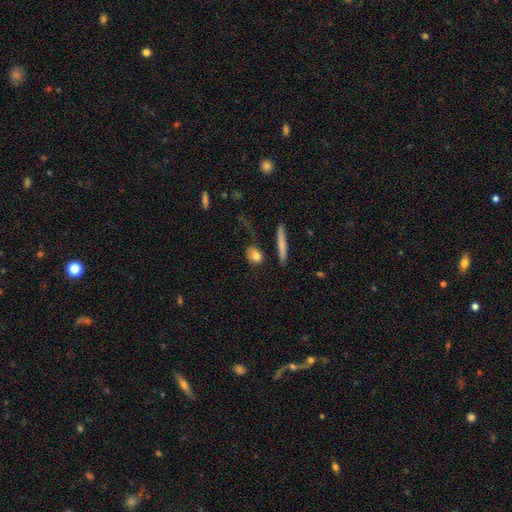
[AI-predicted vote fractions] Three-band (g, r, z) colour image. It shows a smooth galaxy with no disk features (79%) that is in between round and cigar-shaped (53%). Merging: none (67%).